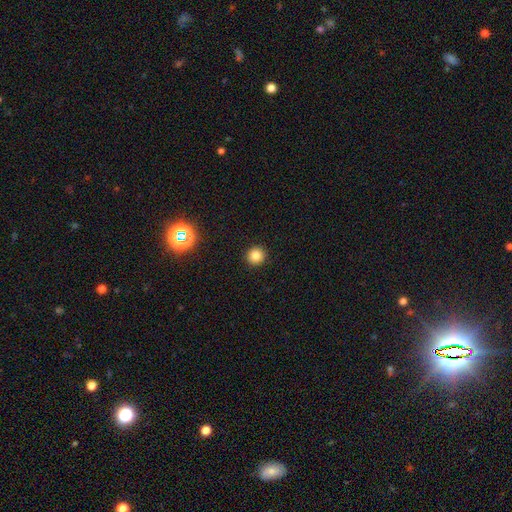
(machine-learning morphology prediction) The model was most divided on "smooth or featured": smooth: 81%, star or artifact: 13%, featured or disk: 6%. More confident: how rounded — round (95%); merging — none (93%).